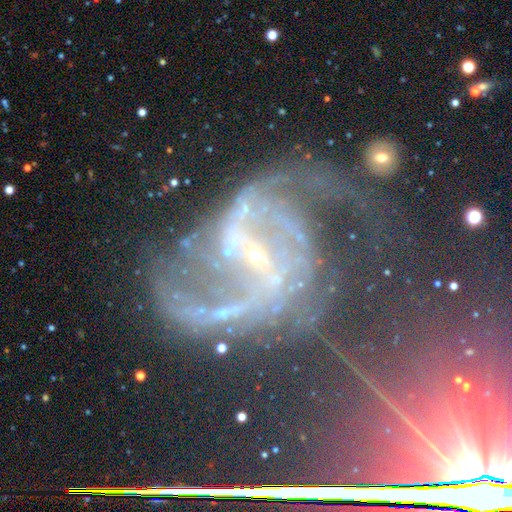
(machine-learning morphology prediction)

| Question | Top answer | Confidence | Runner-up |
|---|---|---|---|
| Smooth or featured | featured or disk | 85% | star or artifact (11%) |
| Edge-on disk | no | 98% | yes (2%) |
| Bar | strong | 43% | weak (33%) |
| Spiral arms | yes | 94% | no (6%) |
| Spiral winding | loose | 52% | medium (35%) |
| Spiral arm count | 2 | 66% | can't tell (9%) |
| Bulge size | small | 83% | moderate (8%) |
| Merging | major disturbance | 41% | none (33%) |